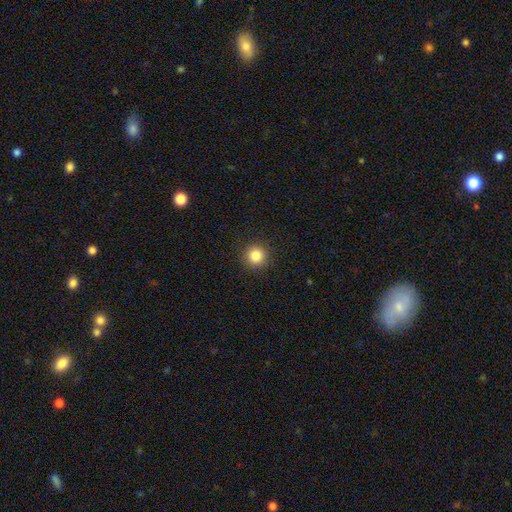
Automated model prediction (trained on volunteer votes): Smooth or featured?
  - smooth: 84% *
  - star or artifact: 11%
  - featured or disk: 5%
How rounded?
  - round: 95% *
  - in between: 4%
  - cigar-shaped: 1%
Merging?
  - none: 92% *
  - minor disturbance: 5%
  - major disturbance: 2%
  - merger: 1%